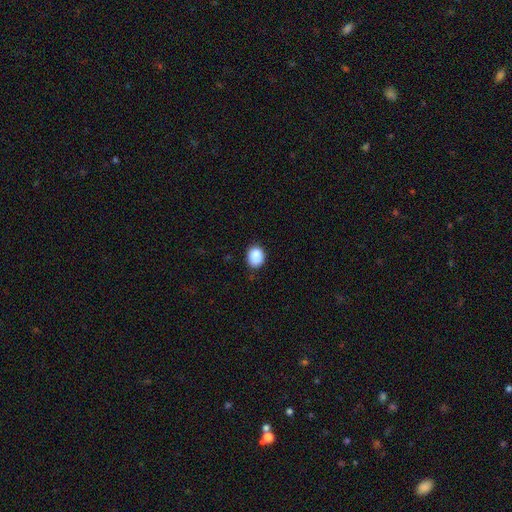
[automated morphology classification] Smooth or featured? smooth (88%)
How rounded? round (51%)
Merging? none (76%)